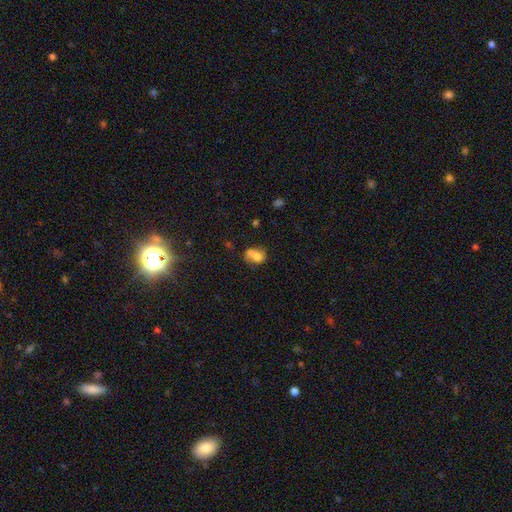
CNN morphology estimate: A smooth galaxy with no disk features (67%) that is in between round and cigar-shaped (53%). Merging: merger (46%).